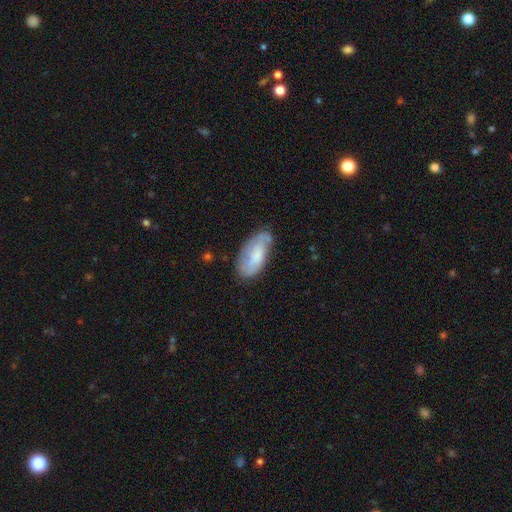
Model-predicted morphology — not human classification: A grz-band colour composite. It shows a smooth galaxy with no disk features (49%). Merging: none (66%).